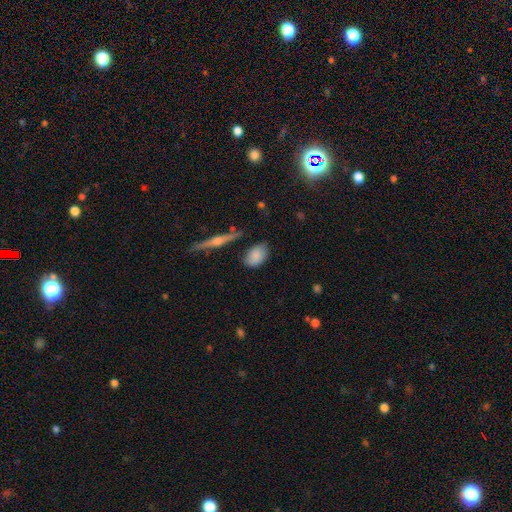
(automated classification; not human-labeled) Smooth or featured?
  - smooth: 82% *
  - featured or disk: 11%
  - star or artifact: 7%
How rounded?
  - in between: 82% *
  - round: 15%
  - cigar-shaped: 3%
Merging?
  - none: 72% *
  - minor disturbance: 21%
  - major disturbance: 4%
  - merger: 3%